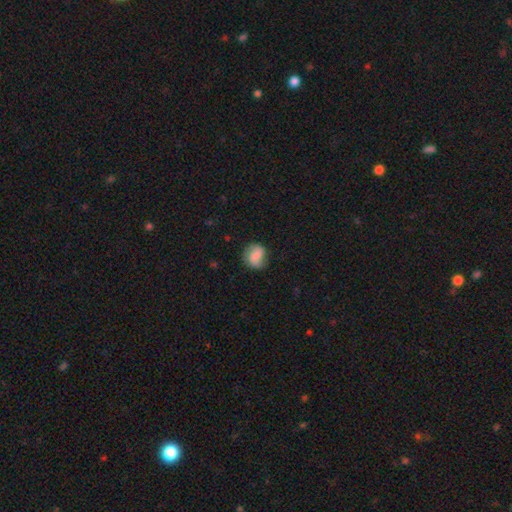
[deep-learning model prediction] This appears to be a smooth galaxy with no disk features (63%) that is round (66%). Merging: none (65%).